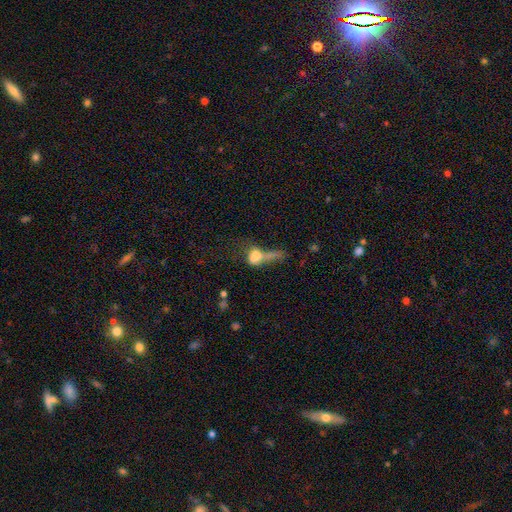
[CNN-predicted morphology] Smooth or featured?
  - smooth: 62% *
  - featured or disk: 26%
  - star or artifact: 12%
How rounded?
  - in between: 65% *
  - round: 21%
  - cigar-shaped: 14%
Merging?
  - major disturbance: 44% *
  - merger: 30%
  - none: 15%
  - minor disturbance: 12%